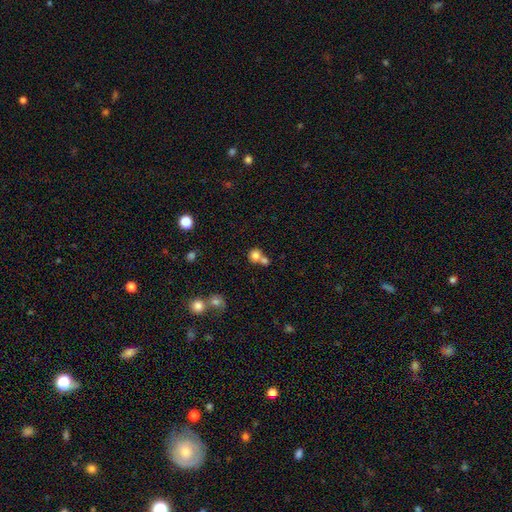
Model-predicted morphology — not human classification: Smooth or featured? smooth (78%)
How rounded? round (83%)
Merging? merger (49%)